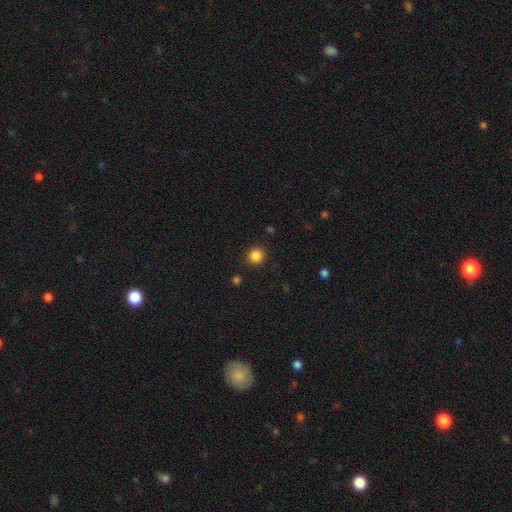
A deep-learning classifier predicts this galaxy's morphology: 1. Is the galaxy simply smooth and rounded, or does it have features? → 85% smooth, 12% star or artifact, 3% featured or disk.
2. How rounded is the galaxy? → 91% round, 8% in between, 1% cigar-shaped.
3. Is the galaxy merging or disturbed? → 90% none, 6% minor disturbance, 2% major disturbance, 2% merger.